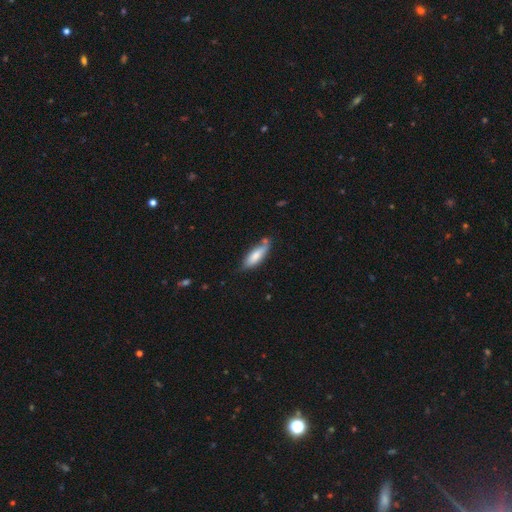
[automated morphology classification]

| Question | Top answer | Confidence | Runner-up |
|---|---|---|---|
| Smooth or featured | smooth | 76% | featured or disk (18%) |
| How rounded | cigar-shaped | 50% | in between (49%) |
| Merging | none | 61% | minor disturbance (27%) |